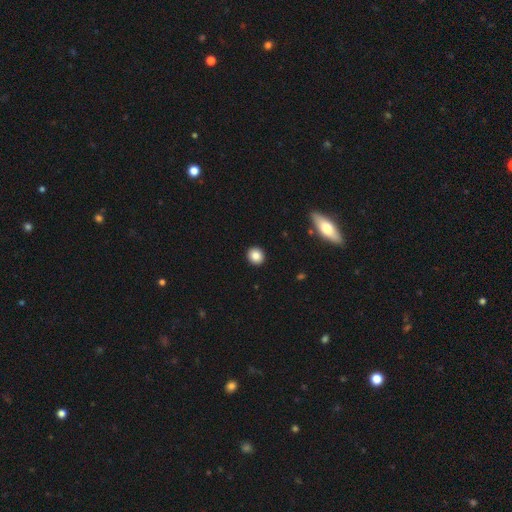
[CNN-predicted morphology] This appears to be a smooth galaxy with no disk features (85%) that is round (88%). Merging: none (92%).